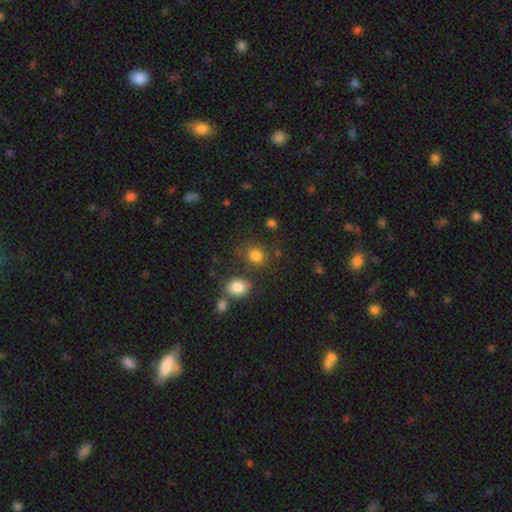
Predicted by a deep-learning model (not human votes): Overall: smooth (81%). How rounded: round (82%). Merging: none (75%).